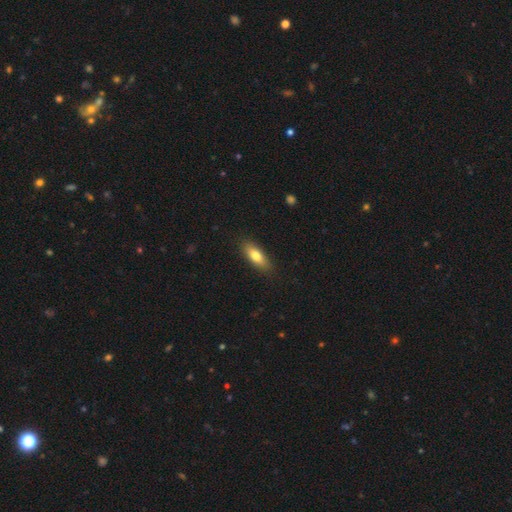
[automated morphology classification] This appears to be a smooth galaxy with no disk features (77%) that is in between round and cigar-shaped (70%). Merging: none (86%).